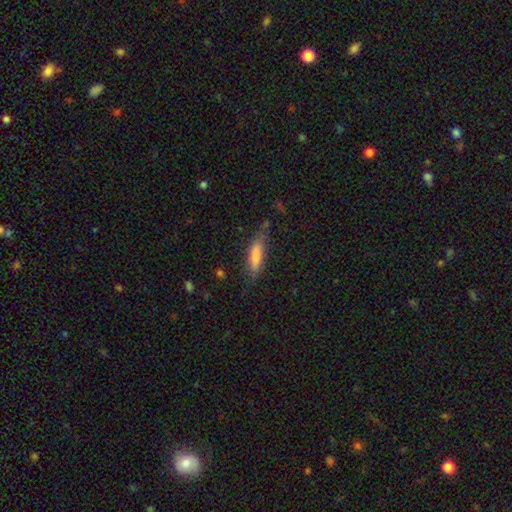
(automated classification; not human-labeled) A smooth galaxy with no disk features (78%) that is cigar-shaped (63%).

Vote fractions:
- Smooth or featured? smooth: 78% / featured or disk: 15% / star or artifact: 6%
- How rounded? cigar-shaped: 63% / in between: 35% / round: 2%
- Merging? none: 68% / minor disturbance: 22% / major disturbance: 7% / merger: 3%